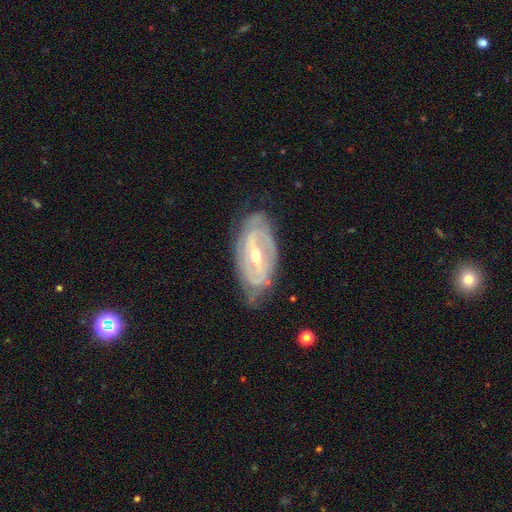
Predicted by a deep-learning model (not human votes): Q: Smooth or featured?
A: featured or disk (85%); runner-up: smooth (10%)
Q: Edge-on disk?
A: no (93%); runner-up: yes (7%)
Q: Bar?
A: strong (43%); runner-up: weak (40%)
Q: Spiral arms?
A: yes (89%); runner-up: no (11%)
Q: Spiral winding?
A: tight (57%); runner-up: medium (32%)
Q: Spiral arm count?
A: 2 (55%); runner-up: can't tell (26%)
Q: Bulge size?
A: moderate (56%); runner-up: small (41%)
Q: Merging?
A: none (71%); runner-up: minor disturbance (22%)